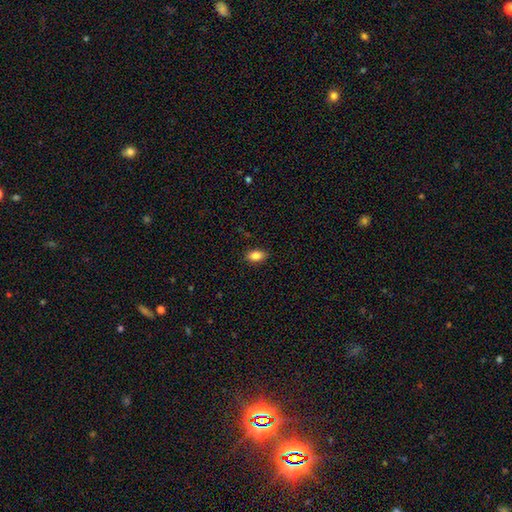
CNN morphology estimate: smooth 85%, star or artifact 8%, featured or disk 7%. Down the decision tree: how rounded — in between (89%); merging — none (88%).